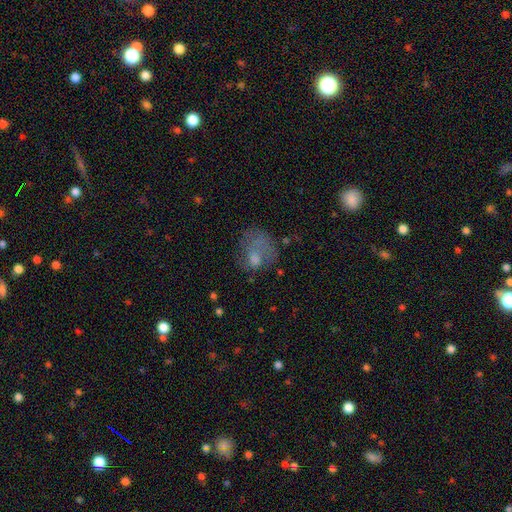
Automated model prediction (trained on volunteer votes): smooth-or-featured: smooth: 56% | featured or disk: 30% | star or artifact: 14%
  how-rounded: in between: 57% | round: 41% | cigar-shaped: 1%
  merging: major disturbance: 41% | none: 31% | minor disturbance: 22% | merger: 6%